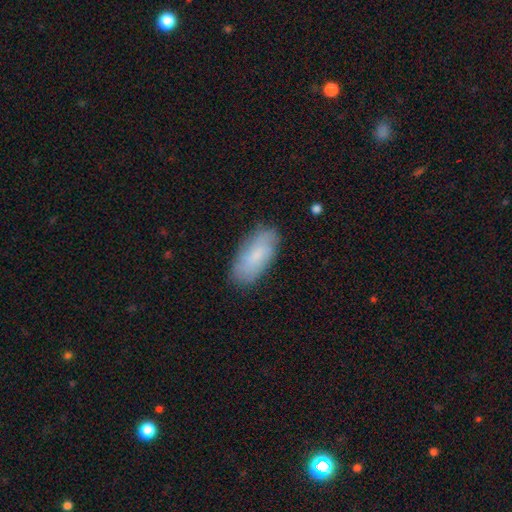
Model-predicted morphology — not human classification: Smooth or featured? smooth (69%)
How rounded? in between (89%)
Merging? none (81%)